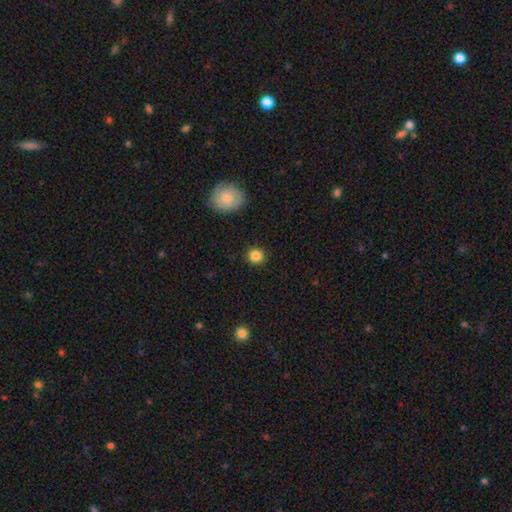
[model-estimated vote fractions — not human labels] smooth-or-featured: smooth: 85% | star or artifact: 10% | featured or disk: 5%
  how-rounded: round: 90% | in between: 9% | cigar-shaped: 1%
  merging: none: 90% | minor disturbance: 6% | major disturbance: 2% | merger: 1%